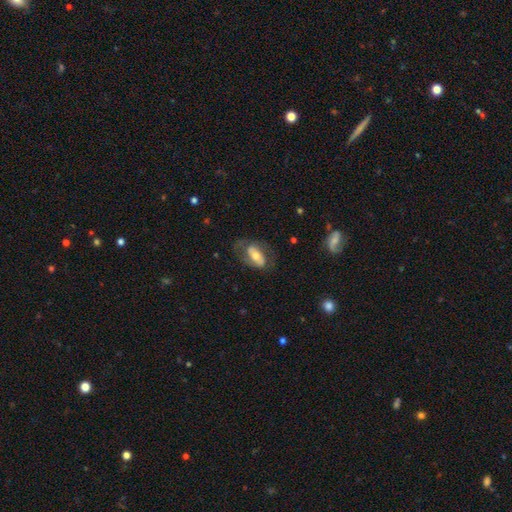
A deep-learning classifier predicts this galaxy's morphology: Smooth or featured?
  - featured or disk: 50% *
  - smooth: 43%
  - star or artifact: 7%
Edge-on disk?
  - no: 91% *
  - yes: 9%
Merging?
  - none: 61% *
  - minor disturbance: 21%
  - major disturbance: 17%
  - merger: 2%